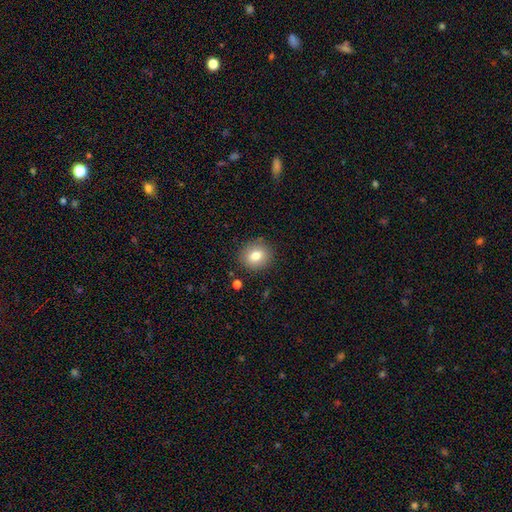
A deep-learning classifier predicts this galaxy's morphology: smooth_or_featured: smooth (p=0.79) [alt: featured or disk p=0.11]
how_rounded: round (p=0.81) [alt: in between p=0.18]
merging: none (p=0.87) [alt: minor disturbance p=0.08]